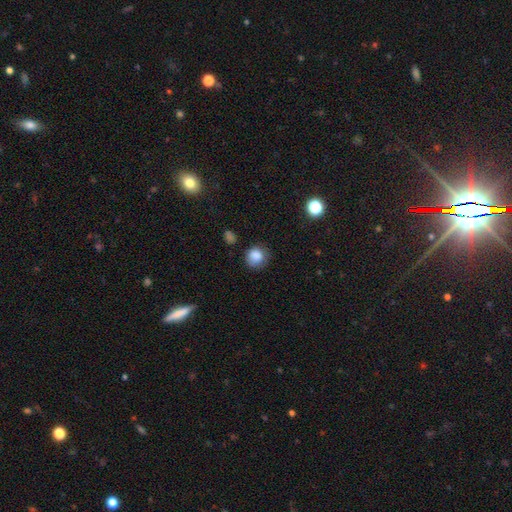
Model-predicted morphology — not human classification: Smooth or featured: smooth — 85% (star or artifact — 10%)
How rounded: round — 84% (in between — 15%)
Merging: none — 72% (minor disturbance — 20%)